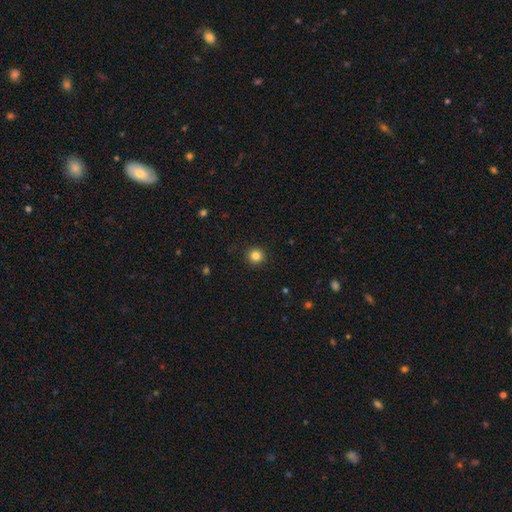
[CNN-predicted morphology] smooth-or-featured: smooth: 83% | star or artifact: 12% | featured or disk: 5%
  how-rounded: round: 95% | in between: 4% | cigar-shaped: 1%
  merging: none: 92% | minor disturbance: 5% | major disturbance: 2% | merger: 1%